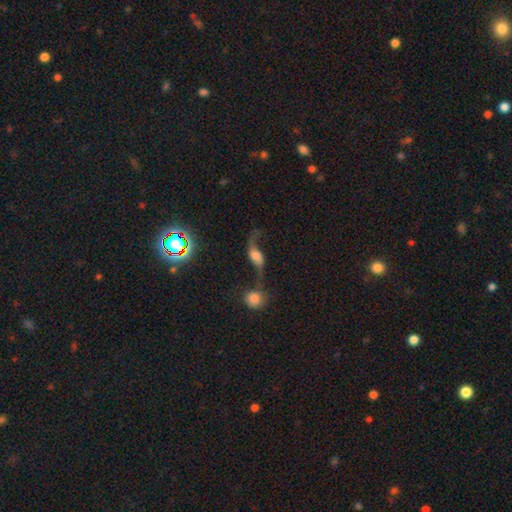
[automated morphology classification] Smooth or featured: featured or disk — 72% (smooth — 17%)
Edge-on disk: no — 90% (yes — 10%)
Bar: no — 47% (weak — 37%)
Spiral arms: yes — 92% (no — 8%)
Spiral winding: loose — 92% (medium — 6%)
Spiral arm count: 2 — 88% (1 — 7%)
Bulge size: moderate — 34% (large — 30%)
Merging: none — 43% (merger — 22%)